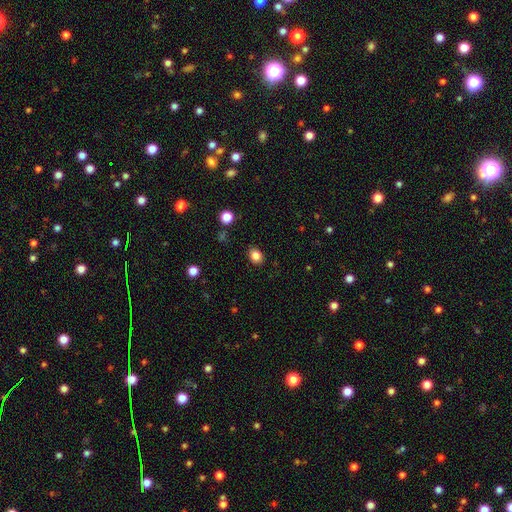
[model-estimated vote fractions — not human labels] Overall: smooth (84%). How rounded: in between (54%; round 45%). Merging: none (88%).